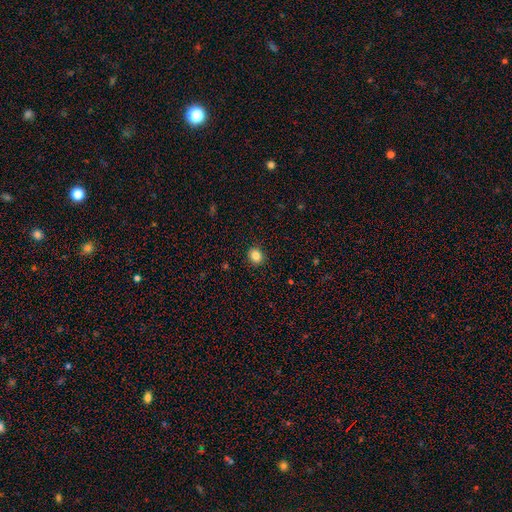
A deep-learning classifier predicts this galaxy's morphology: smooth-or-featured: smooth: 84% | star or artifact: 11% | featured or disk: 5%
  how-rounded: round: 76% | in between: 23% | cigar-shaped: 1%
  merging: none: 91% | minor disturbance: 6% | major disturbance: 2% | merger: 1%